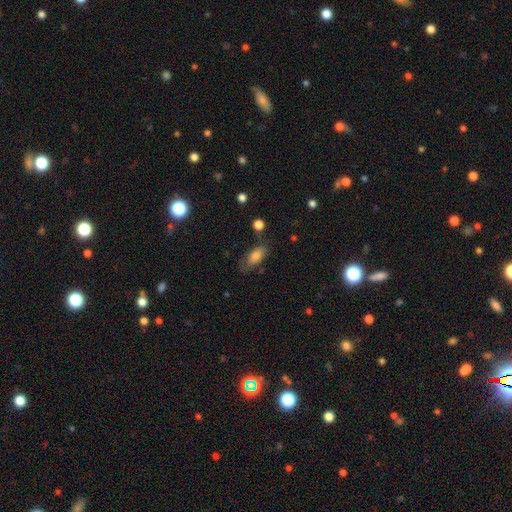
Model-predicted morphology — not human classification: This appears to be a smooth galaxy with no disk features (76%) that is in between round and cigar-shaped (85%). Merging: none (68%).